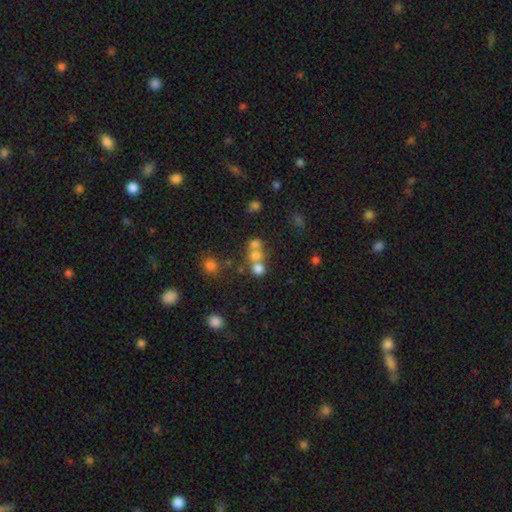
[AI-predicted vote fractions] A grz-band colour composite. It shows a smooth galaxy with no disk features (64%) that is round (82%). Merging: merger (50%).